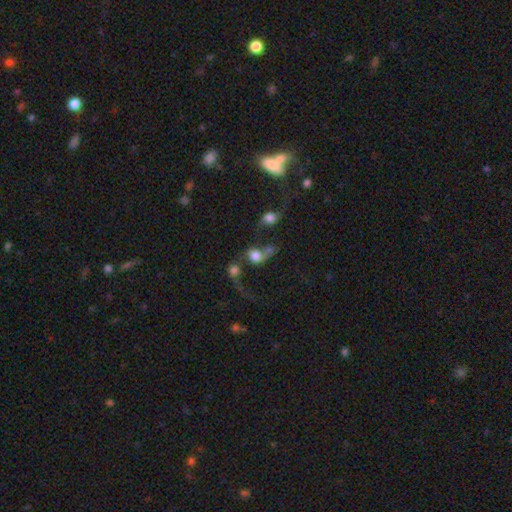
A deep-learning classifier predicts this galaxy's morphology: A smooth galaxy with no disk features (56%) that is round (66%).

Vote fractions:
- Smooth or featured? smooth: 56% / featured or disk: 30% / star or artifact: 14%
- How rounded? round: 66% / in between: 31% / cigar-shaped: 2%
- Merging? merger: 57% / major disturbance: 19% / none: 16% / minor disturbance: 7%